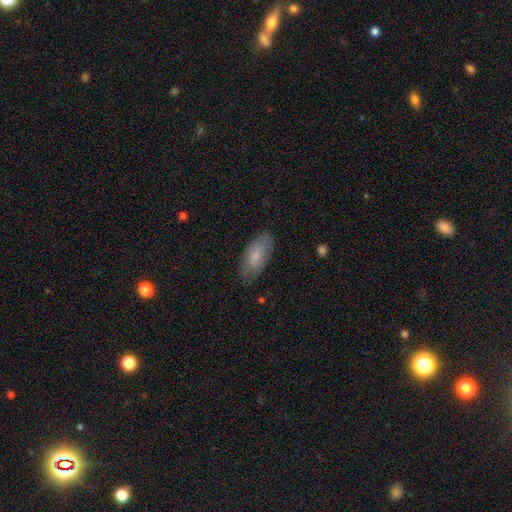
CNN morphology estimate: This appears to be a smooth galaxy with no disk features (73%) that is in between round and cigar-shaped (85%). Merging: none (78%).